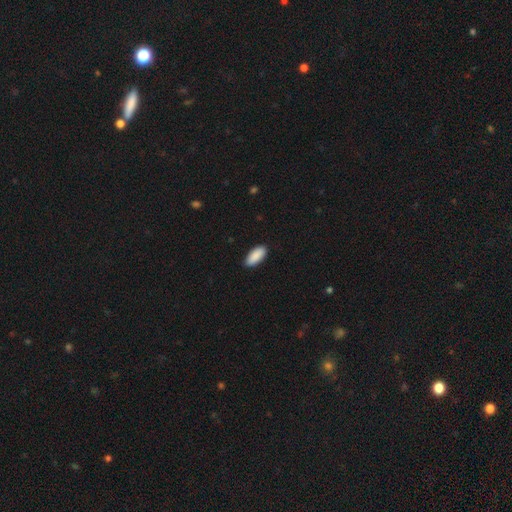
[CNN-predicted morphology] Smooth or featured? smooth (91%)
How rounded? in between (87%)
Merging? none (88%)